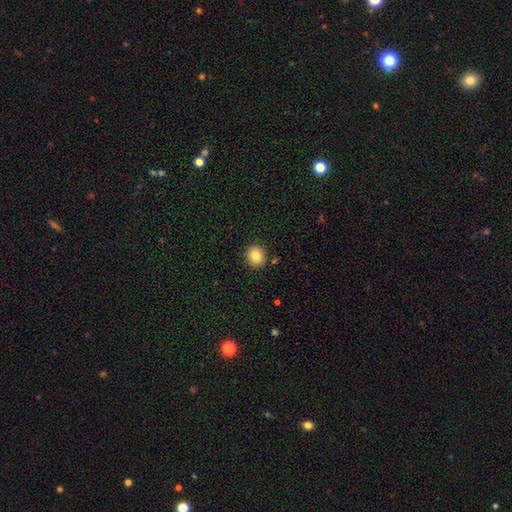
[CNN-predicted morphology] A smooth galaxy with no disk features (85%) that is round (77%). Merging: none (89%).